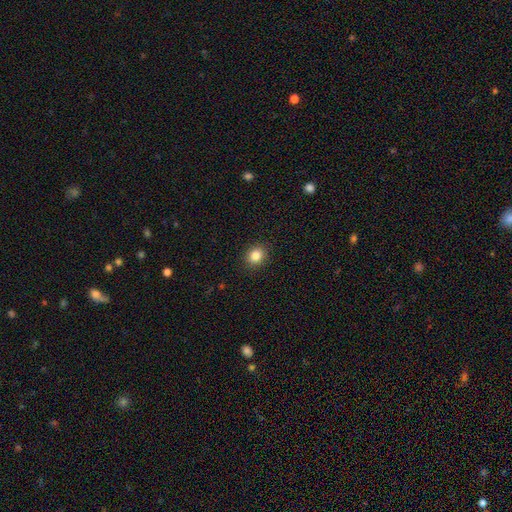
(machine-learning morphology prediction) smooth-or-featured: smooth: 85% | star or artifact: 10% | featured or disk: 5%
  how-rounded: round: 70% | in between: 29% | cigar-shaped: 1%
  merging: none: 90% | minor disturbance: 7% | major disturbance: 2% | merger: 1%